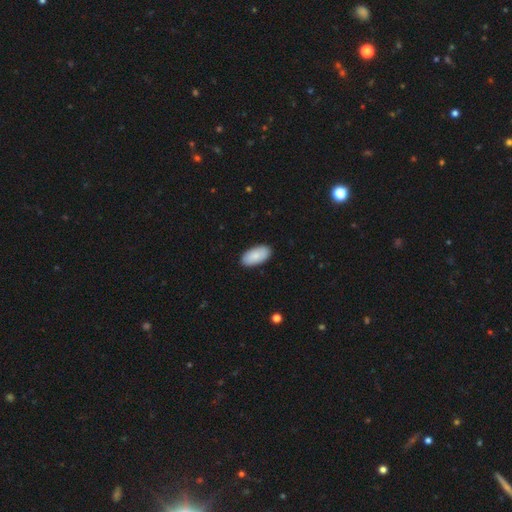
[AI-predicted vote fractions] Overall: smooth (86%). How rounded: in between (96%). Merging: none (89%).